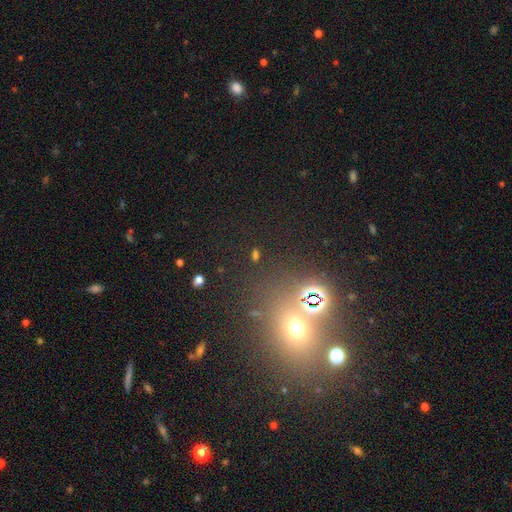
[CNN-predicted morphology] star or artifact 57%, smooth 32%, featured or disk 10%.